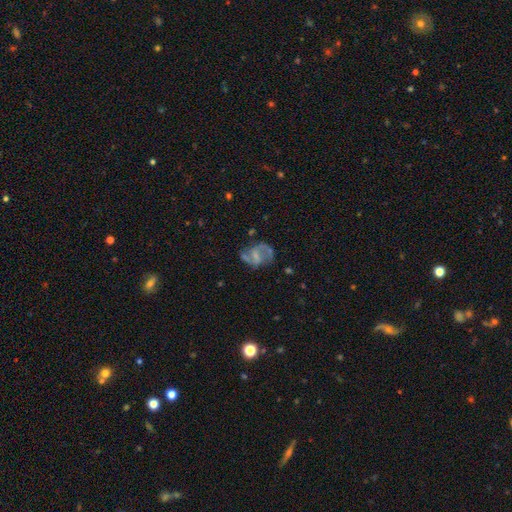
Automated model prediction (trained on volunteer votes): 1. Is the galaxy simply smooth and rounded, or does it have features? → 76% featured or disk, 16% smooth, 8% star or artifact.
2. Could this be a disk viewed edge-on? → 98% no, 2% yes.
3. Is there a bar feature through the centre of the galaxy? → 50% weak, 26% no, 24% strong.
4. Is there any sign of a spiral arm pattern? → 87% yes, 13% no.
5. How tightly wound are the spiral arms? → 48% medium, 38% loose, 14% tight.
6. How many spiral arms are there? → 85% 2, 7% can't tell, 3% 1, 3% 3, 1% 4, 1% more than 4.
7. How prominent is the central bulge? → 39% small, 38% none, 20% moderate, 3% large, 1% dominant.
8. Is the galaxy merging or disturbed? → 57% none, 21% minor disturbance, 18% major disturbance, 4% merger.